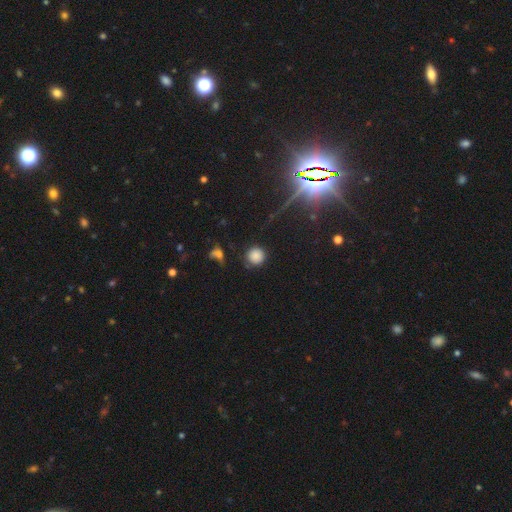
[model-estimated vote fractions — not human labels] smooth 79%, star or artifact 15%, featured or disk 6%. Down the decision tree: how rounded — round (94%); merging — none (80%).